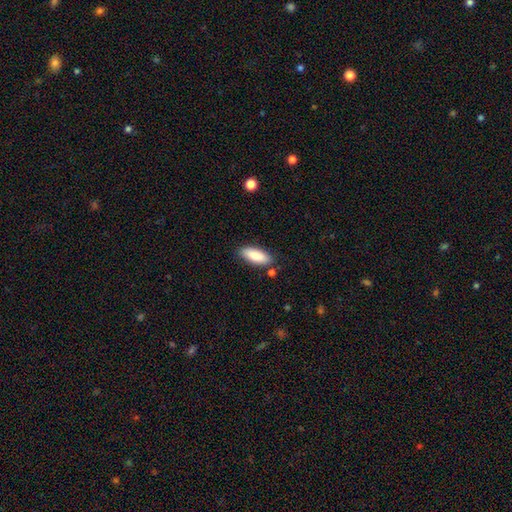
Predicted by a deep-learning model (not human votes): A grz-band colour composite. It shows a smooth galaxy with no disk features (86%) that is in between round and cigar-shaped (72%). Merging: none (83%).